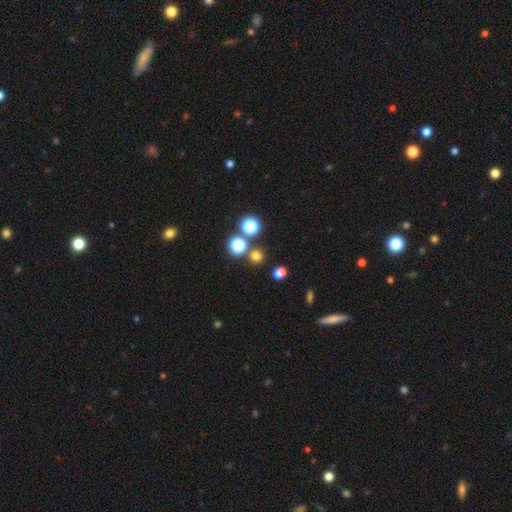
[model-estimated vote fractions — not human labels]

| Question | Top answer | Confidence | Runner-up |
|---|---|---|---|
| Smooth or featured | smooth | 70% | star or artifact (24%) |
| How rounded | round | 92% | in between (7%) |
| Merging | none | 80% | merger (10%) |